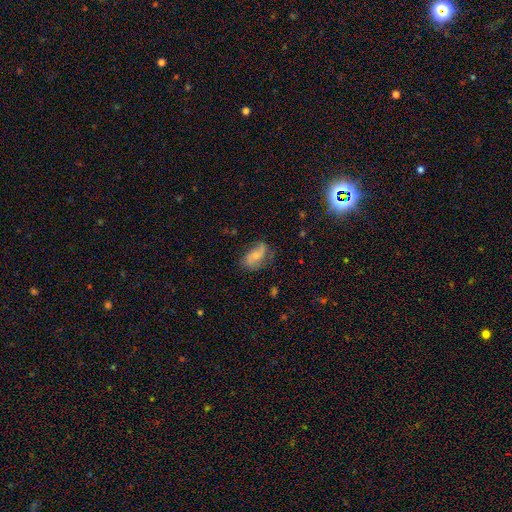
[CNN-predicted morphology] Overall: featured or disk (47%; smooth 45%). Merging: none (57%; minor disturbance 27%).